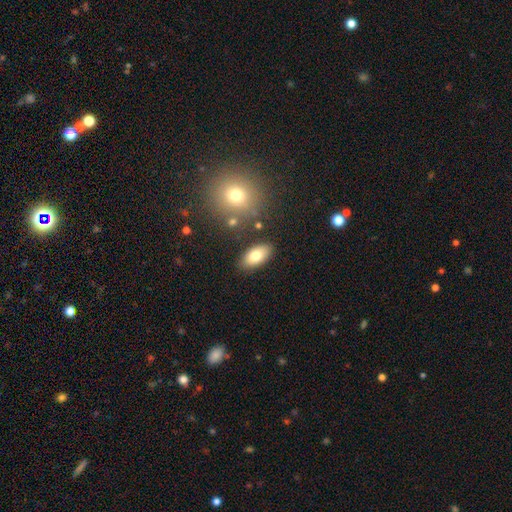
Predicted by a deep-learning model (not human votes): Overall: smooth (78%). How rounded: in between (92%). Merging: none (83%).